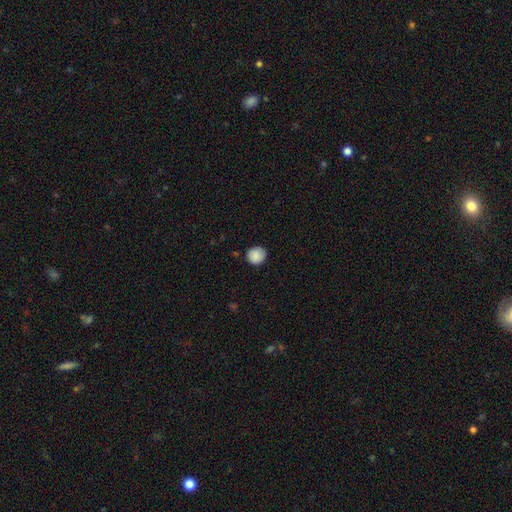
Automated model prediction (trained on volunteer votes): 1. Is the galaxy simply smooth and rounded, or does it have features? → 87% smooth, 8% star or artifact, 5% featured or disk.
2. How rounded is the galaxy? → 85% round, 14% in between, 1% cigar-shaped.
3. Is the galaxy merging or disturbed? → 79% none, 17% minor disturbance, 3% major disturbance, 1% merger.